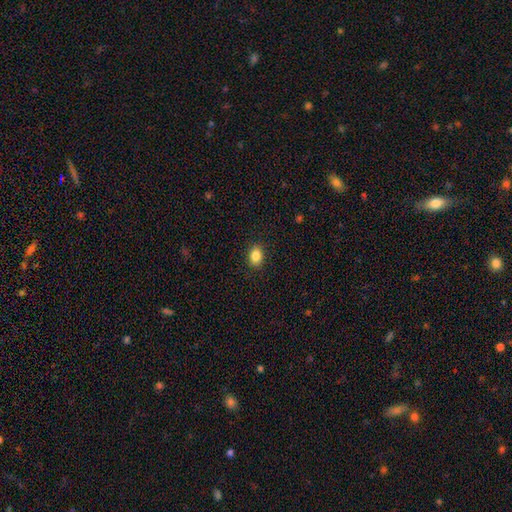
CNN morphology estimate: This is clearly a smooth galaxy (86%). How rounded: likely in between (65%). Merging: clearly none (90%).